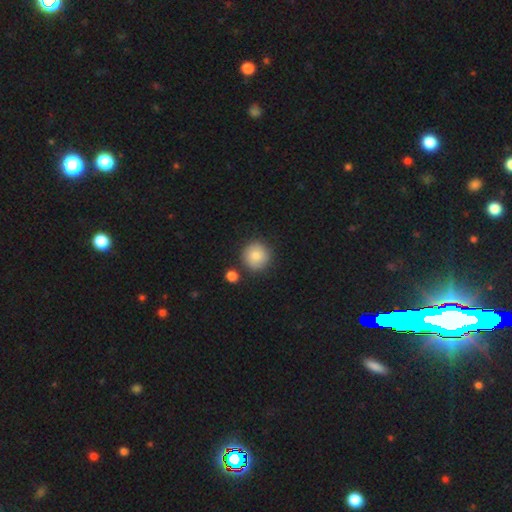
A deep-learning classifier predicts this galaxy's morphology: This is clearly a smooth galaxy (82%). How rounded: clearly round (94%). Merging: clearly none (82%).